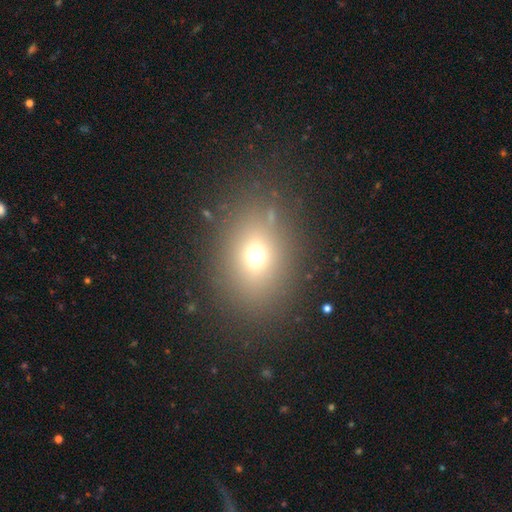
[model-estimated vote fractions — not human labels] Smooth or featured? Predicted: smooth (p=0.65). How rounded? Predicted: round (p=0.51). Merging? Predicted: none (p=0.81).